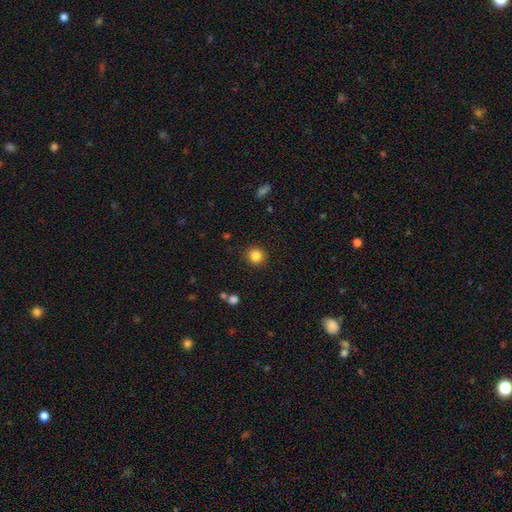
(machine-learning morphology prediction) This appears to be a smooth galaxy with no disk features (84%) that is round (92%). Merging: none (91%).